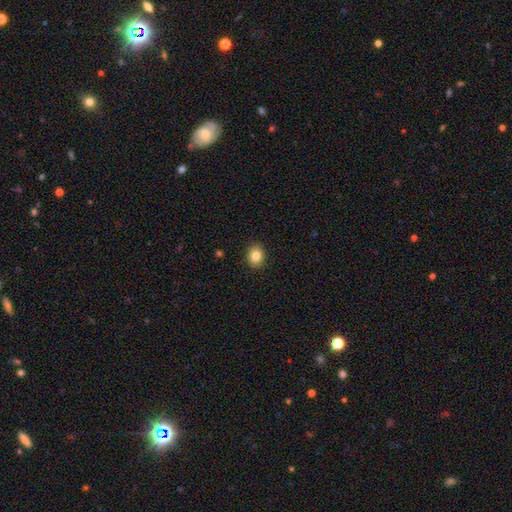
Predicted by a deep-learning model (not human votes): smooth_or_featured: smooth (p=0.83) [alt: star or artifact p=0.10]
how_rounded: round (p=0.56) [alt: in between p=0.43]
merging: none (p=0.91) [alt: minor disturbance p=0.07]